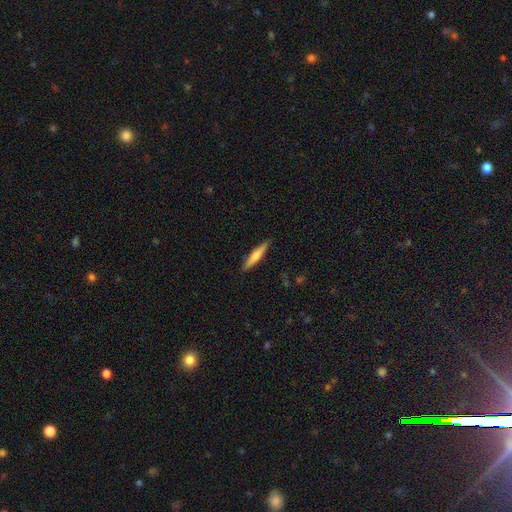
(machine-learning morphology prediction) This appears to be a smooth galaxy with no disk features (64%) that is cigar-shaped (89%). Merging: none (89%).